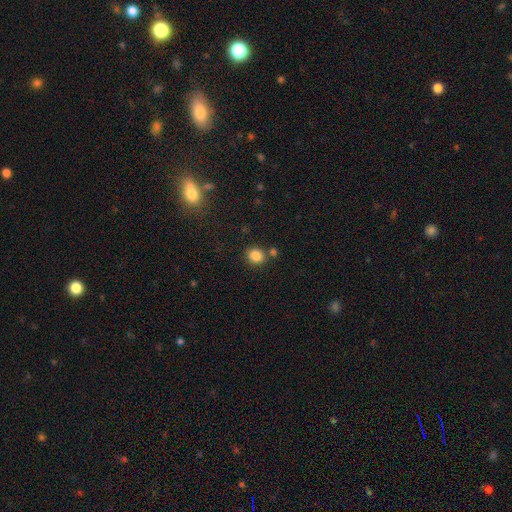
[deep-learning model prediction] Smooth or featured: smooth — 85% (star or artifact — 10%)
How rounded: round — 79% (in between — 20%)
Merging: none — 75% (merger — 12%)